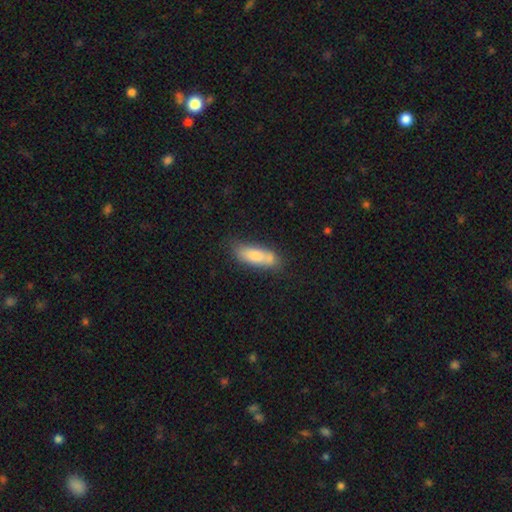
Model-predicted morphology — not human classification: Q: Smooth or featured?
A: smooth (75%); runner-up: featured or disk (18%)
Q: How rounded?
A: in between (57%); runner-up: cigar-shaped (40%)
Q: Merging?
A: none (58%); runner-up: minor disturbance (21%)